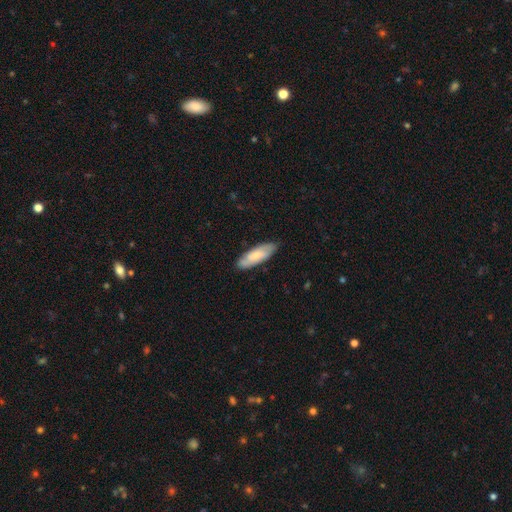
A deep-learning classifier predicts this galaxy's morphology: Smooth or featured: smooth — 66% (featured or disk — 28%)
How rounded: in between — 62% (cigar-shaped — 37%)
Merging: none — 81% (minor disturbance — 15%)